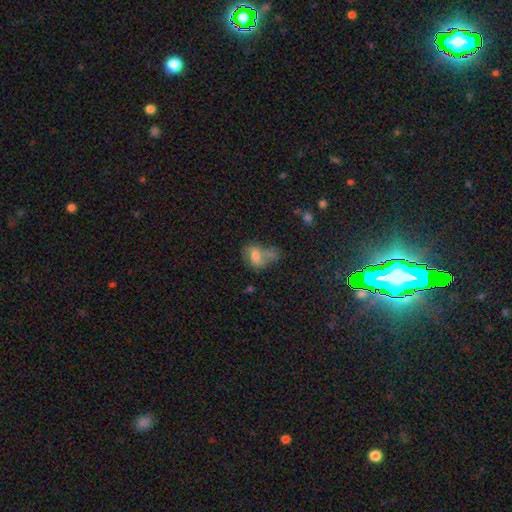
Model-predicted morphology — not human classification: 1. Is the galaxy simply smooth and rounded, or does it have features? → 52% smooth, 27% featured or disk, 21% star or artifact.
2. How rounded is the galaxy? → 73% in between, 24% round, 3% cigar-shaped.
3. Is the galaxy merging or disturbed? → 34% merger, 28% none, 19% major disturbance, 19% minor disturbance.